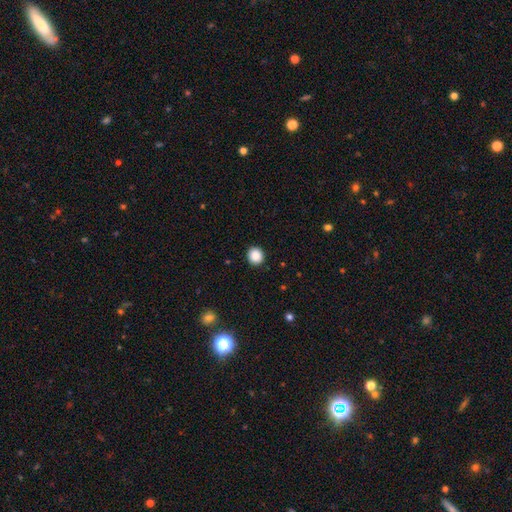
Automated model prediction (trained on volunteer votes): Overall: smooth (88%). How rounded: round (90%). Merging: none (92%).